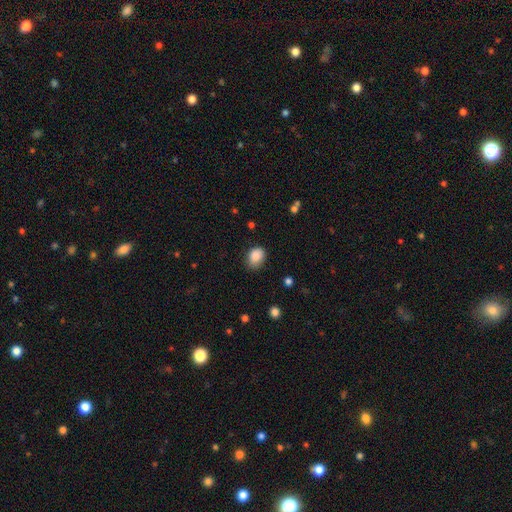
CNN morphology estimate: Smooth or featured? smooth (87%)
How rounded? in between (57%)
Merging? none (73%)